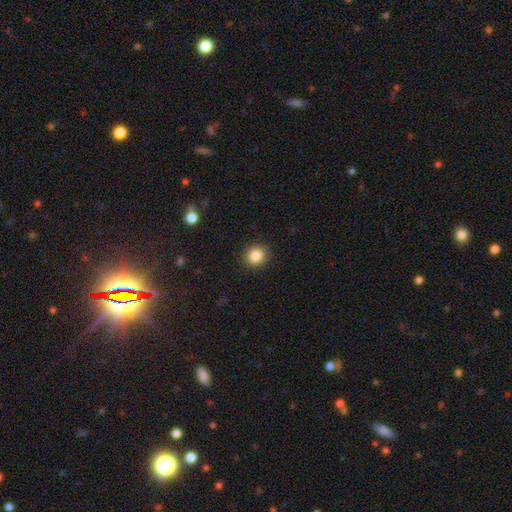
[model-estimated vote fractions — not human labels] Smooth or featured? smooth (85%)
How rounded? round (84%)
Merging? none (91%)